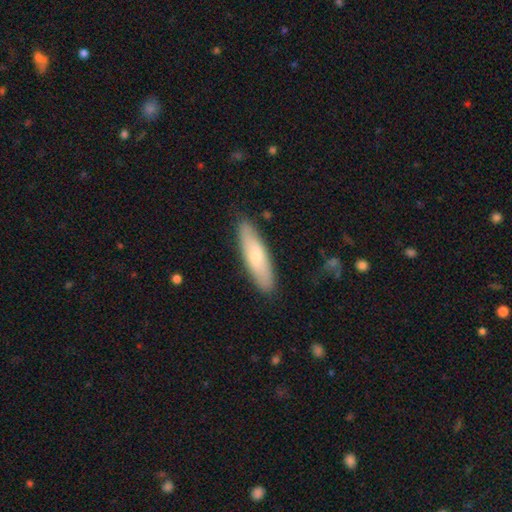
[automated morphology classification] A smooth galaxy with no disk features (66%) that is cigar-shaped (63%). Merging: none (86%).